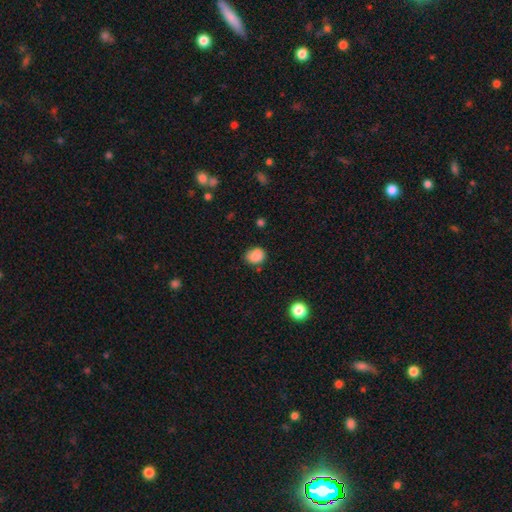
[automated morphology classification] type=smooth (86%); roundness=round (55%); merging=none (73%).